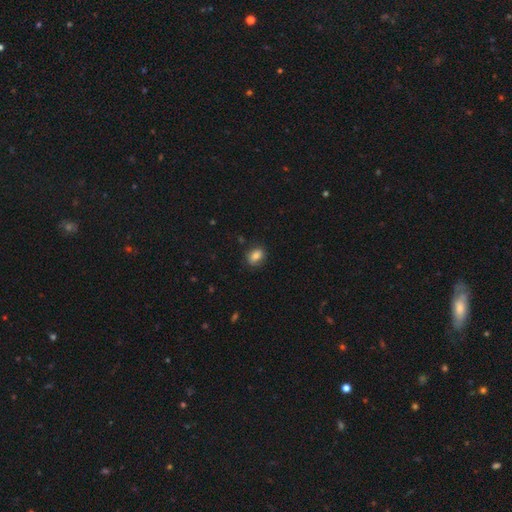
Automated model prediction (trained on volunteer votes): A smooth galaxy with no disk features (80%) that is in between round and cigar-shaped (69%). Merging: none (80%).